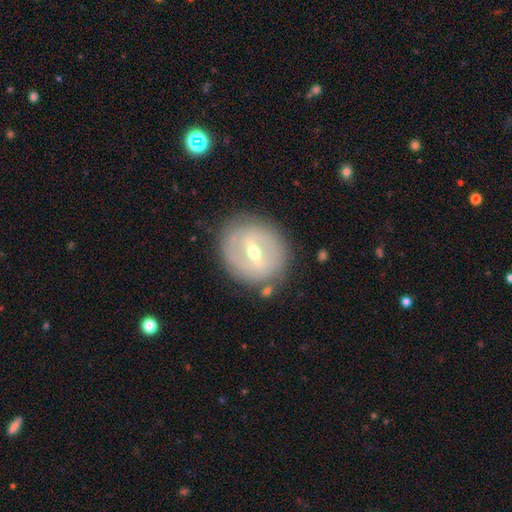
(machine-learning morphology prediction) Smooth or featured: featured or disk — 72% (smooth — 21%)
Edge-on disk: no — 93% (yes — 7%)
Bar: strong — 45% (weak — 44%)
Spiral arms: yes — 56% (no — 44%)
Bulge size: moderate — 60% (small — 36%)
Merging: none — 82% (minor disturbance — 12%)